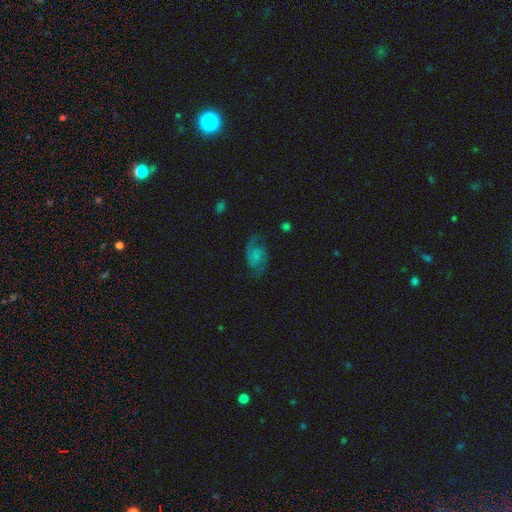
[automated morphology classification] smooth_or_featured: featured or disk (p=0.77) [alt: smooth p=0.14]
disk_edge_on: no (p=0.98) [alt: yes p=0.02]
bar: no (p=0.63) [alt: weak p=0.31]
has_spiral_arms: yes (p=0.96) [alt: no p=0.04]
spiral_winding: medium (p=0.52) [alt: loose p=0.30]
spiral_arm_count: 2 (p=0.91) [alt: can't tell p=0.03]
bulge_size: none (p=0.50) [alt: small p=0.25]
merging: none (p=0.73) [alt: minor disturbance p=0.16]